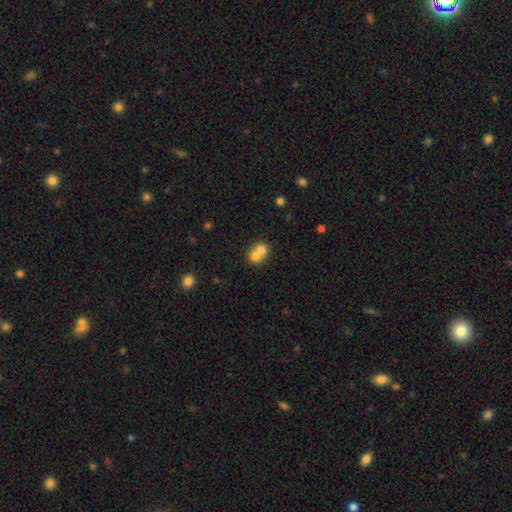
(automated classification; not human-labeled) Q: Smooth or featured?
A: smooth (70%); runner-up: featured or disk (20%)
Q: How rounded?
A: round (71%); runner-up: in between (28%)
Q: Merging?
A: merger (67%); runner-up: none (26%)